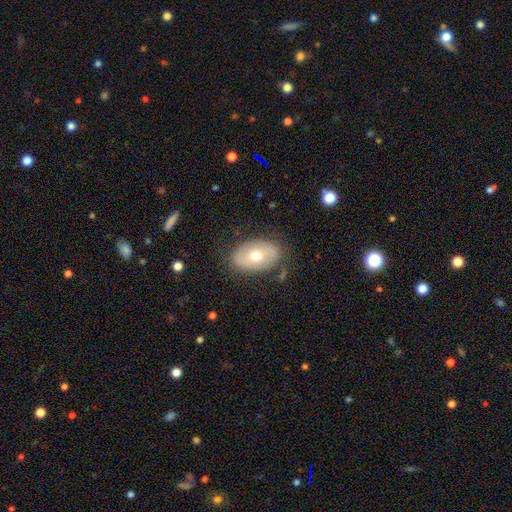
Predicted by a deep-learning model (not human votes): Smooth or featured: smooth — 56% (featured or disk — 37%)
How rounded: in between — 86% (round — 13%)
Merging: none — 79% (minor disturbance — 14%)